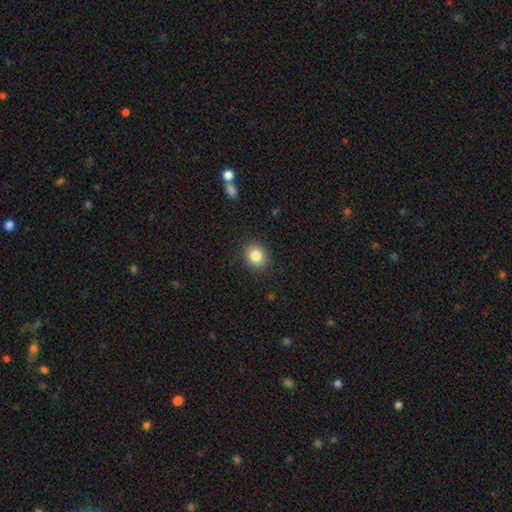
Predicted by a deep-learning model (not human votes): A smooth galaxy with no disk features (84%) that is round (64%).

Vote fractions:
- Smooth or featured? smooth: 84% / star or artifact: 9% / featured or disk: 6%
- How rounded? round: 64% / in between: 35% / cigar-shaped: 1%
- Merging? none: 89% / minor disturbance: 8% / major disturbance: 2% / merger: 1%